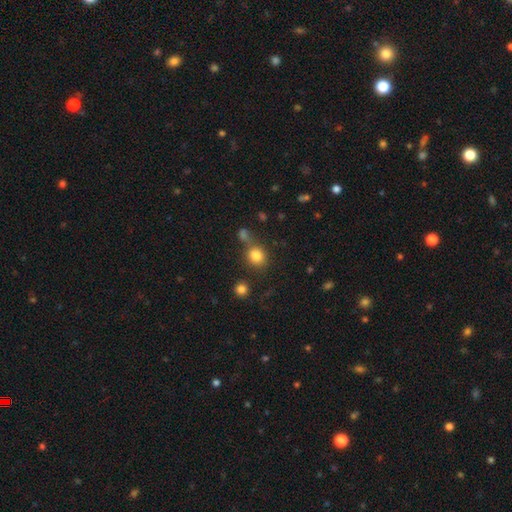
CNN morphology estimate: A smooth galaxy with no disk features (82%) that is round (75%). Merging: none (66%).